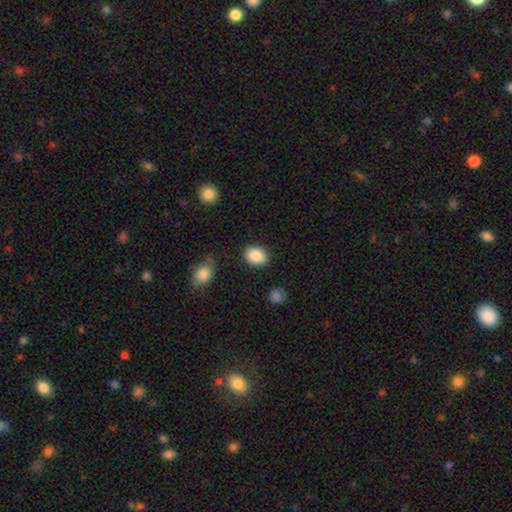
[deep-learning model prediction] Smooth or featured?
  - smooth: 89% *
  - star or artifact: 7%
  - featured or disk: 4%
How rounded?
  - in between: 74% *
  - round: 25%
  - cigar-shaped: 1%
Merging?
  - none: 85% *
  - minor disturbance: 10%
  - major disturbance: 3%
  - merger: 2%